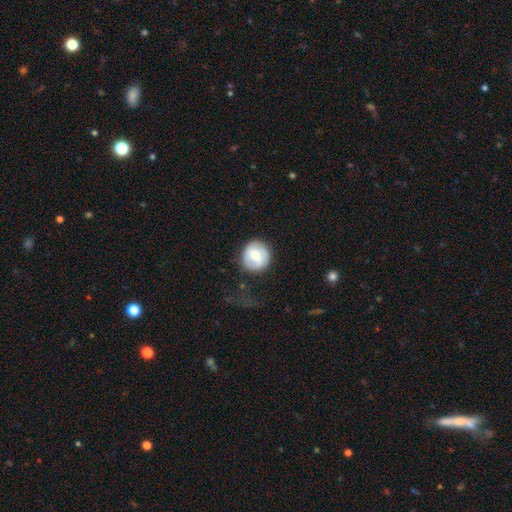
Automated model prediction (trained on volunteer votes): Q: Smooth or featured?
A: smooth (62%); runner-up: featured or disk (31%)
Q: How rounded?
A: round (92%); runner-up: in between (7%)
Q: Merging?
A: none (78%); runner-up: minor disturbance (15%)